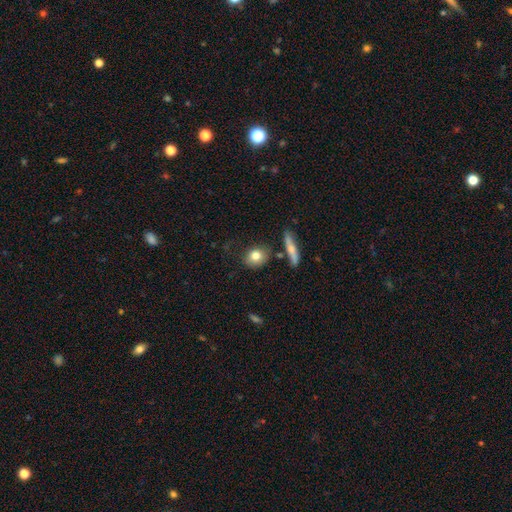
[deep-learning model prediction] A smooth galaxy with no disk features (78%) that is round (57%). Merging: none (75%).